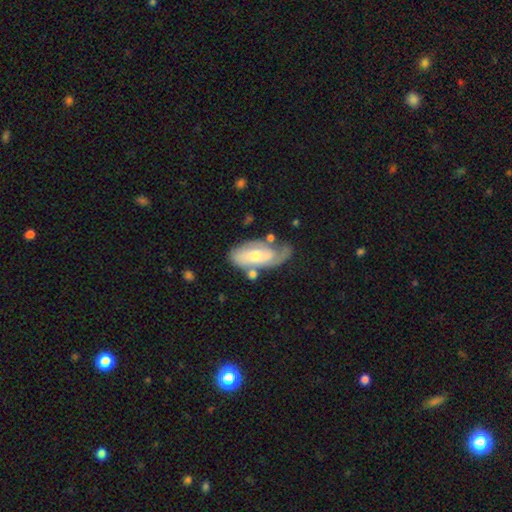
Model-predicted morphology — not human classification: Smooth or featured? featured or disk (59%)
Edge-on disk? no (91%)
Bar? no (65%)
Spiral arms? yes (75%)
Bulge size? moderate (48%)
Merging? none (41%)